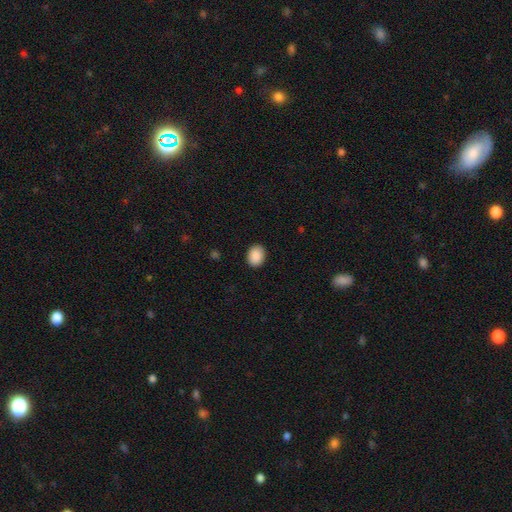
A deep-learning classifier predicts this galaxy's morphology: Overall: smooth (90%). How rounded: in between (59%; round 40%). Merging: none (90%).